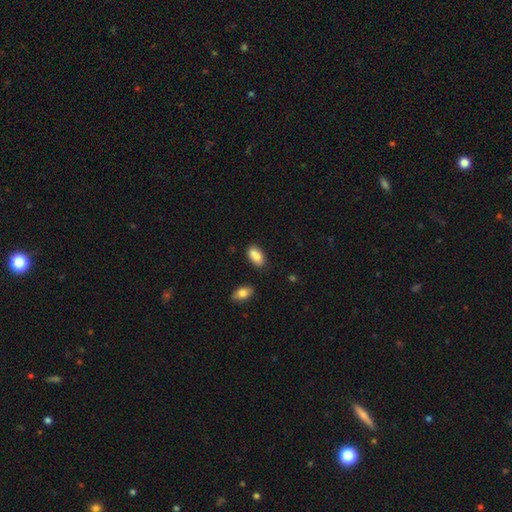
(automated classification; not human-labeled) A smooth galaxy with no disk features (82%) that is in between round and cigar-shaped (92%).

Vote fractions:
- Smooth or featured? smooth: 82% / featured or disk: 11% / star or artifact: 7%
- How rounded? in between: 92% / round: 5% / cigar-shaped: 3%
- Merging? none: 65% / minor disturbance: 18% / merger: 13% / major disturbance: 4%